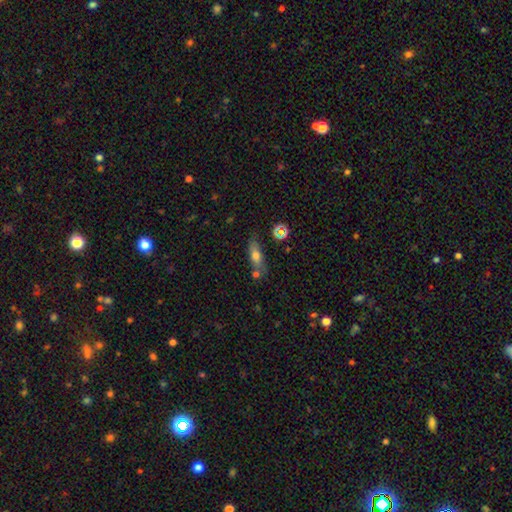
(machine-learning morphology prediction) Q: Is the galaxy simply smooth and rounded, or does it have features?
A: smooth — 66%.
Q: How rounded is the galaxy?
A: in between — 60%.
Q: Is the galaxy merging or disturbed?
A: none — 65%.